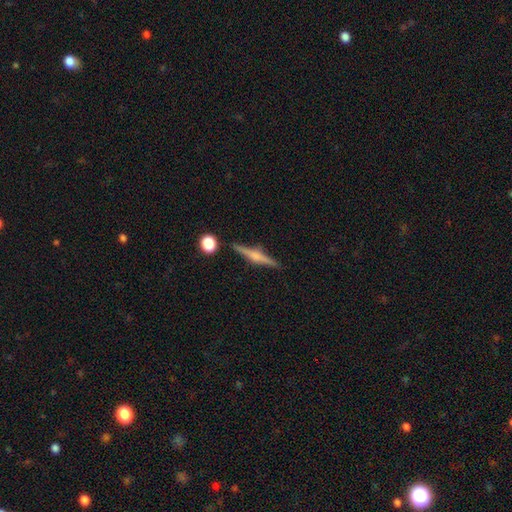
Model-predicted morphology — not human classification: Smooth or featured? Predicted: featured or disk (p=0.69). Edge-on disk? Predicted: yes (p=0.98). Edge-on bulge? Predicted: rounded (p=0.80). Merging? Predicted: none (p=0.87).